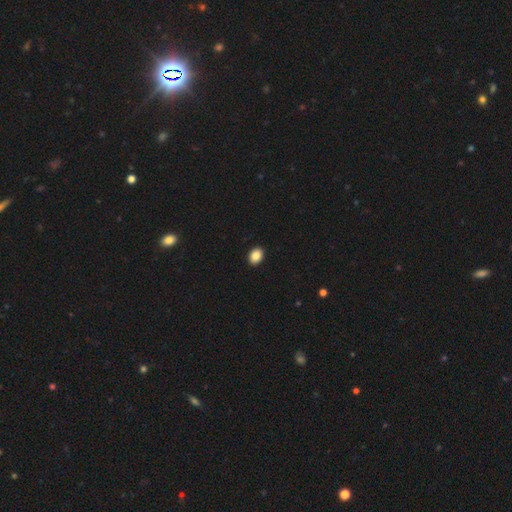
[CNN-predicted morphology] Smooth or featured? smooth (88%)
How rounded? in between (70%)
Merging? none (92%)